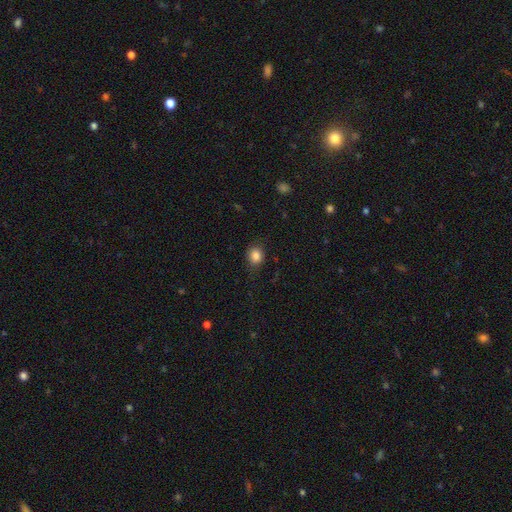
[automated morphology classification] This is clearly a smooth galaxy (85%). How rounded: likely round (65%). Merging: likely none (80%).